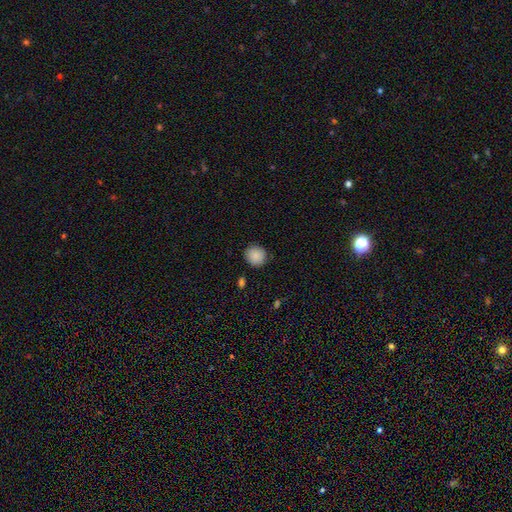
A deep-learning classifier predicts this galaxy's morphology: Smooth or featured?
  - smooth: 89% *
  - star or artifact: 8%
  - featured or disk: 3%
How rounded?
  - round: 91% *
  - in between: 8%
  - cigar-shaped: 1%
Merging?
  - none: 89% *
  - minor disturbance: 7%
  - major disturbance: 2%
  - merger: 1%